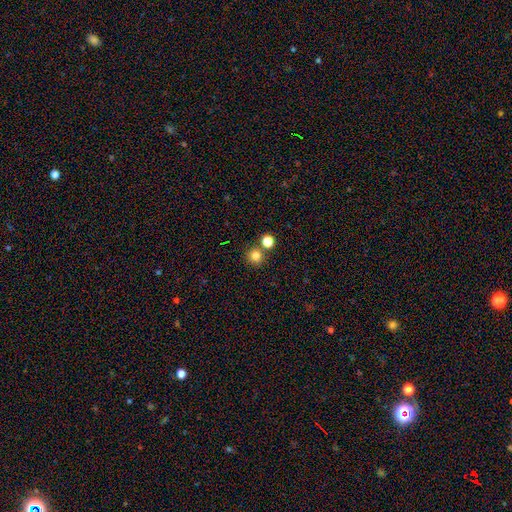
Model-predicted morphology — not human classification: smooth-or-featured: smooth: 80% | star or artifact: 14% | featured or disk: 6%
  how-rounded: round: 92% | in between: 7% | cigar-shaped: 1%
  merging: none: 75% | merger: 16% | minor disturbance: 7% | major disturbance: 2%